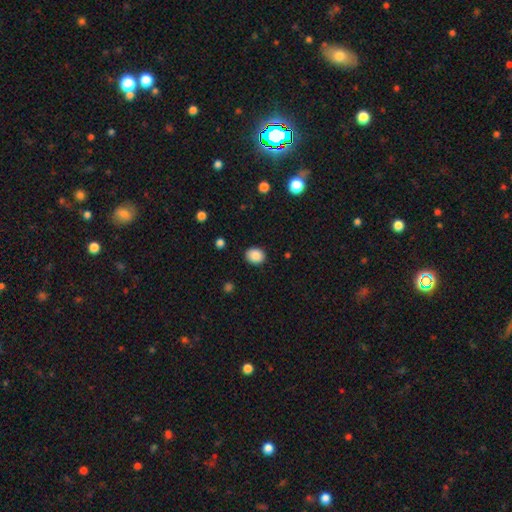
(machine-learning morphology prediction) smooth 86%, star or artifact 9%, featured or disk 5%. Down the decision tree: how rounded — round (58%); merging — none (88%).